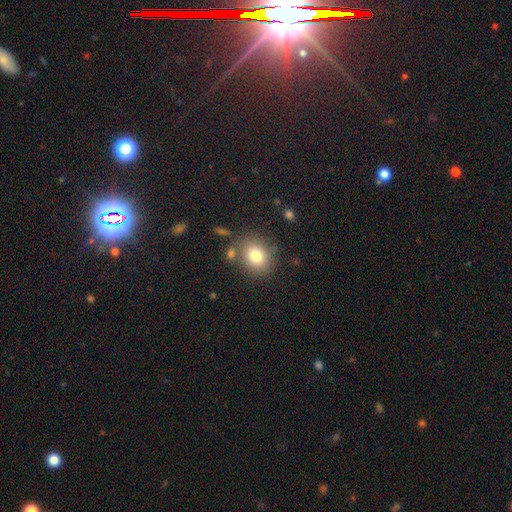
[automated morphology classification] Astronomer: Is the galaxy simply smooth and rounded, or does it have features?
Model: smooth — 79%.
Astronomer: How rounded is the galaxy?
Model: round — 68%.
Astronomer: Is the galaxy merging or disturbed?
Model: none — 76%.